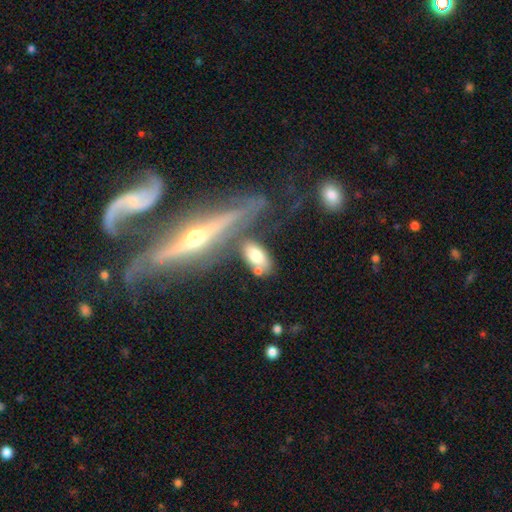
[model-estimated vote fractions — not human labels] Overall: smooth (72%). How rounded: in between (87%). Merging: none (53%; merger 23%).